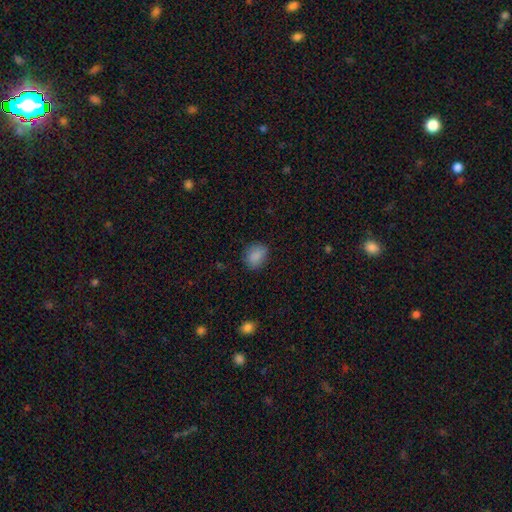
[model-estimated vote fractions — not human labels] smooth_or_featured: smooth (p=0.86) [alt: star or artifact p=0.09]
how_rounded: round (p=0.51) [alt: in between p=0.48]
merging: none (p=0.79) [alt: minor disturbance p=0.16]